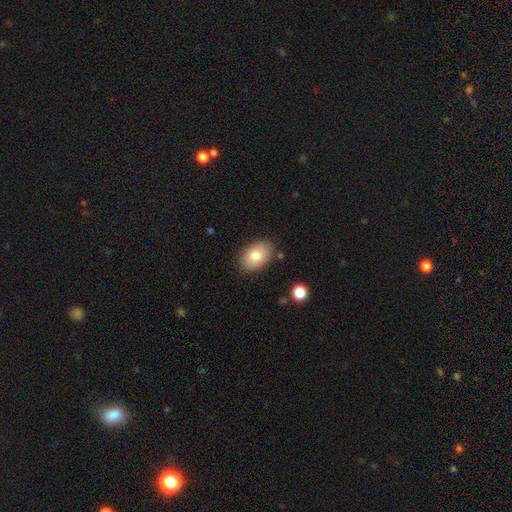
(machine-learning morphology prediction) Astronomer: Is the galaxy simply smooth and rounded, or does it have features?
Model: smooth — 79%.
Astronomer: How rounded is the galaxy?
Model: in between — 86%.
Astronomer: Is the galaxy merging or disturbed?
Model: none — 84%.